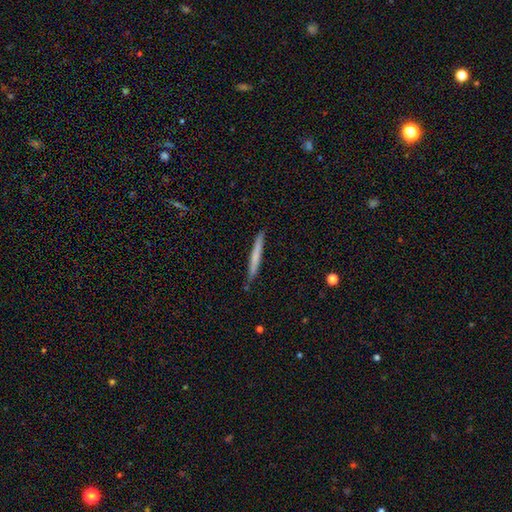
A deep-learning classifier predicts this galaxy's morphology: This appears to be a smooth galaxy with no disk features (64%) that is cigar-shaped (97%). Merging: none (86%).